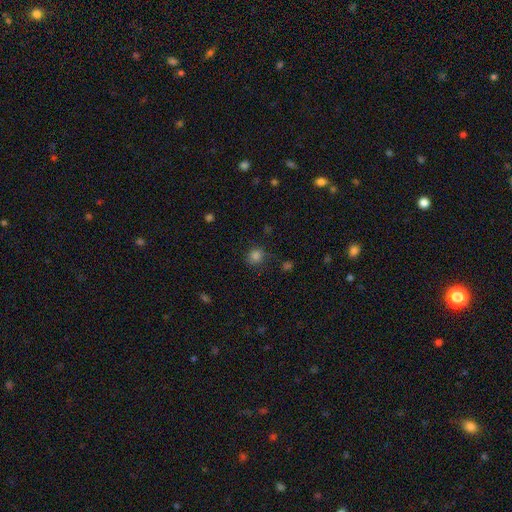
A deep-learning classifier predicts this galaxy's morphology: Overall: smooth (82%). How rounded: round (82%). Merging: none (77%).